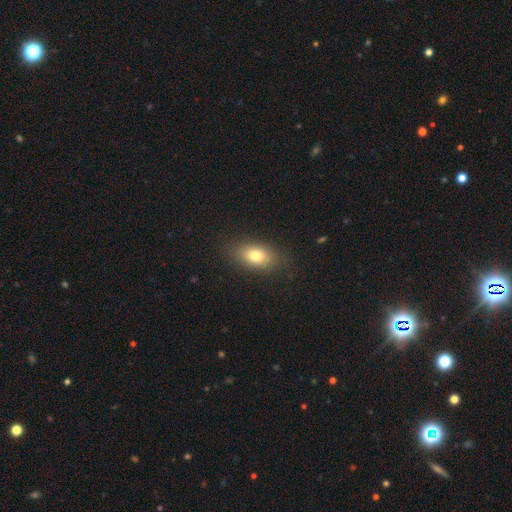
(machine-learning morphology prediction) Q: Smooth or featured?
A: smooth (78%); runner-up: featured or disk (13%)
Q: How rounded?
A: in between (85%); runner-up: round (10%)
Q: Merging?
A: none (85%); runner-up: minor disturbance (10%)